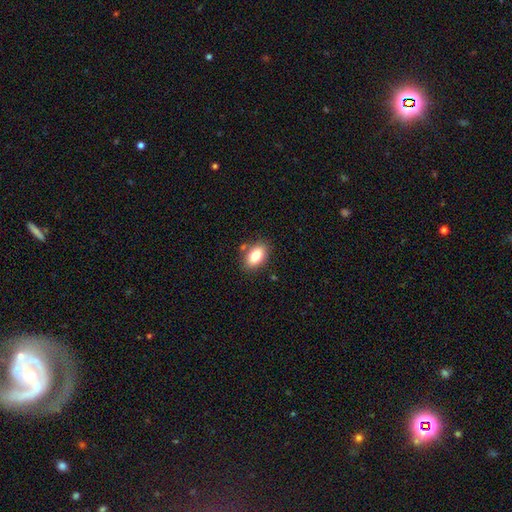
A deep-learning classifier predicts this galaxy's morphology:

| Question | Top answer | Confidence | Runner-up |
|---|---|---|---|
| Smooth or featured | smooth | 81% | featured or disk (11%) |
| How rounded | in between | 88% | round (10%) |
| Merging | none | 81% | minor disturbance (12%) |